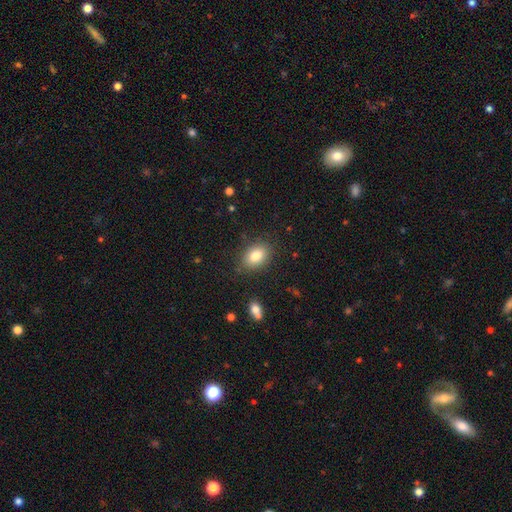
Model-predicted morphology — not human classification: This is clearly a smooth galaxy (83%). How rounded: likely in between (78%). Merging: clearly none (84%).